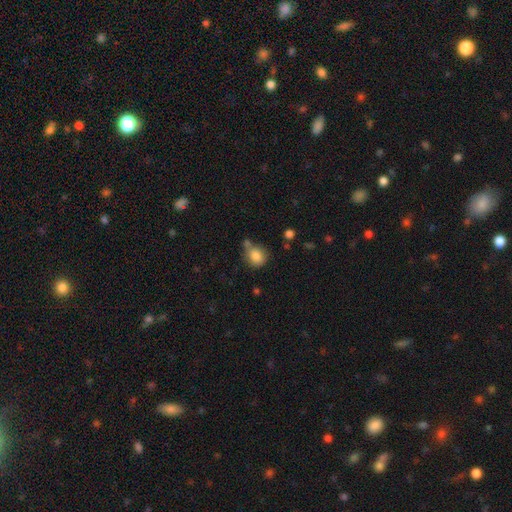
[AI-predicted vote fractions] Smooth or featured?
  - smooth: 83% *
  - star or artifact: 9%
  - featured or disk: 7%
How rounded?
  - round: 72% *
  - in between: 27%
  - cigar-shaped: 1%
Merging?
  - none: 55% *
  - minor disturbance: 21%
  - merger: 17%
  - major disturbance: 7%